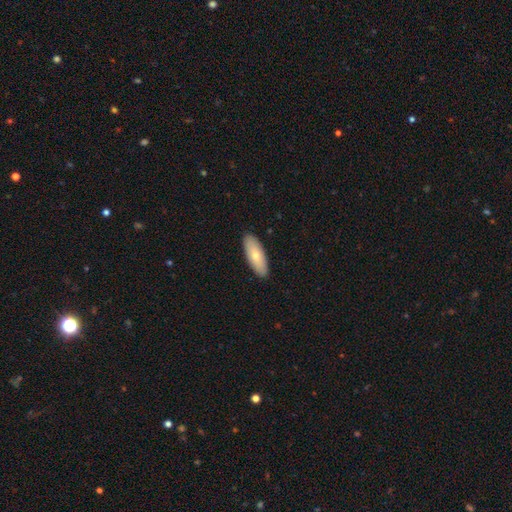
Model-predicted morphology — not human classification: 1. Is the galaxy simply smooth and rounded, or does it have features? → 74% smooth, 21% featured or disk, 6% star or artifact.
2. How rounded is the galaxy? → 71% in between, 26% cigar-shaped, 2% round.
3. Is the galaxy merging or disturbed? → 90% none, 7% minor disturbance, 2% major disturbance, 1% merger.